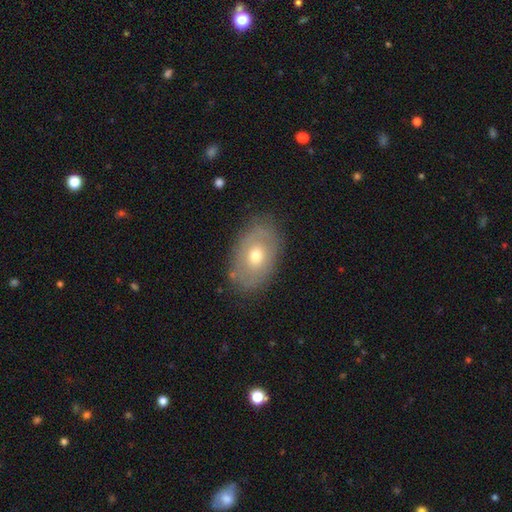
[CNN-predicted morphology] Overall: featured or disk (50%; smooth 43%). Merging: none (81%).